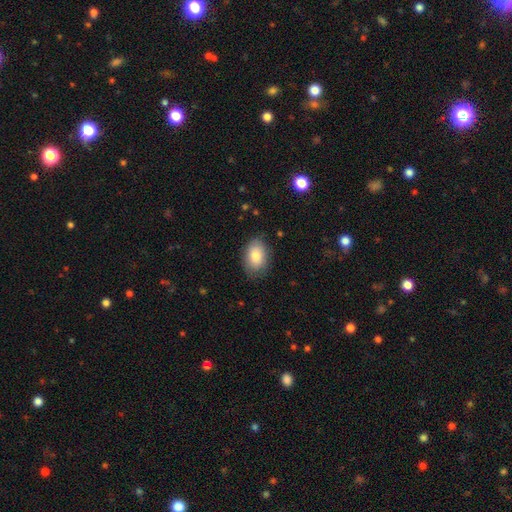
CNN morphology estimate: A smooth galaxy with no disk features (83%) that is in between round and cigar-shaped (87%). Merging: none (78%).